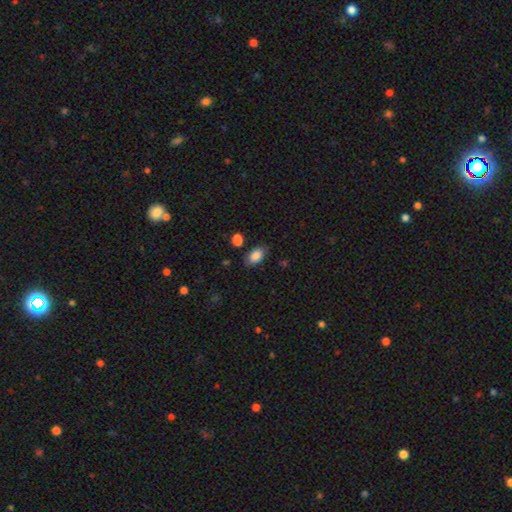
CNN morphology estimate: This is clearly a smooth galaxy (86%). How rounded: clearly in between (90%). Merging: likely none (79%).